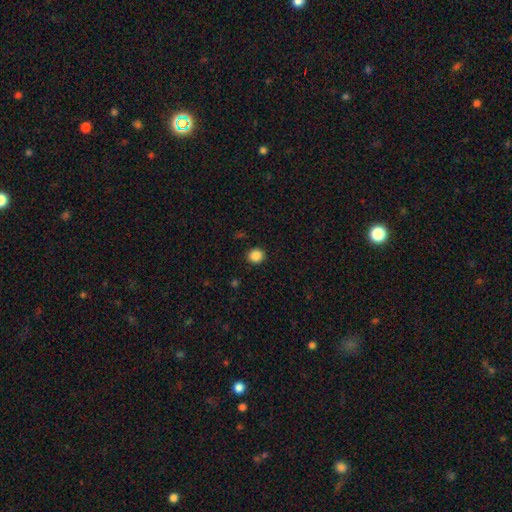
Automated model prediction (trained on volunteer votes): smooth 87%, star or artifact 10%, featured or disk 3%. Down the decision tree: how rounded — round (87%); merging — none (91%).